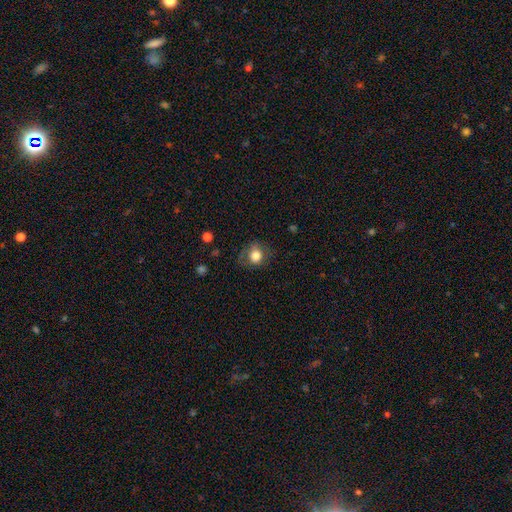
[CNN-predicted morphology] Smooth or featured? smooth (77%)
How rounded? round (75%)
Merging? none (68%)